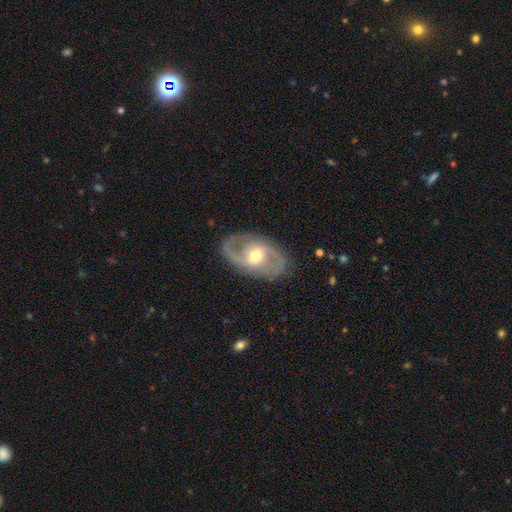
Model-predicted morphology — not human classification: Q: Smooth or featured?
A: featured or disk (77%); runner-up: smooth (17%)
Q: Edge-on disk?
A: no (94%); runner-up: yes (6%)
Q: Bar?
A: weak (45%); runner-up: no (34%)
Q: Spiral arms?
A: yes (81%); runner-up: no (19%)
Q: Spiral winding?
A: medium (49%); runner-up: loose (30%)
Q: Spiral arm count?
A: 2 (84%); runner-up: can't tell (8%)
Q: Bulge size?
A: moderate (64%); runner-up: small (28%)
Q: Merging?
A: none (82%); runner-up: minor disturbance (11%)